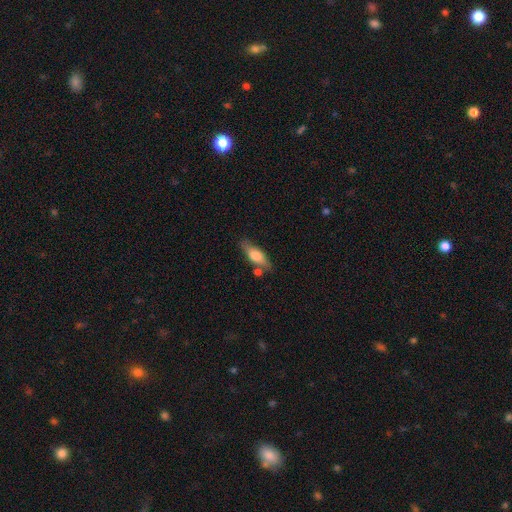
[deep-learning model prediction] smooth-or-featured: smooth: 63% | featured or disk: 30% | star or artifact: 7%
  how-rounded: in between: 60% | cigar-shaped: 37% | round: 3%
  merging: none: 69% | minor disturbance: 16% | merger: 10% | major disturbance: 4%